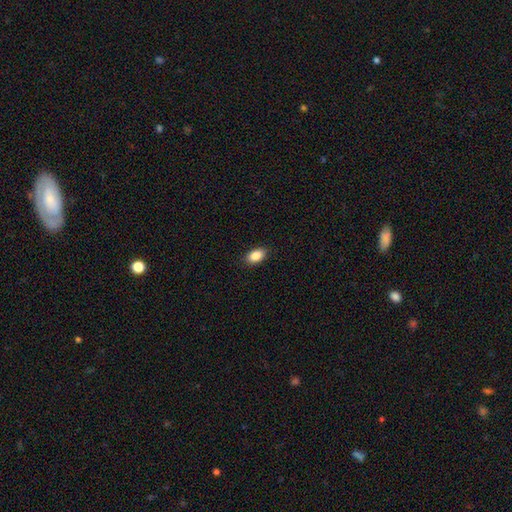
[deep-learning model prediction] The model was most divided on "smooth or featured": smooth: 87%, star or artifact: 8%, featured or disk: 5%. More confident: how rounded — in between (90%); merging — none (89%).